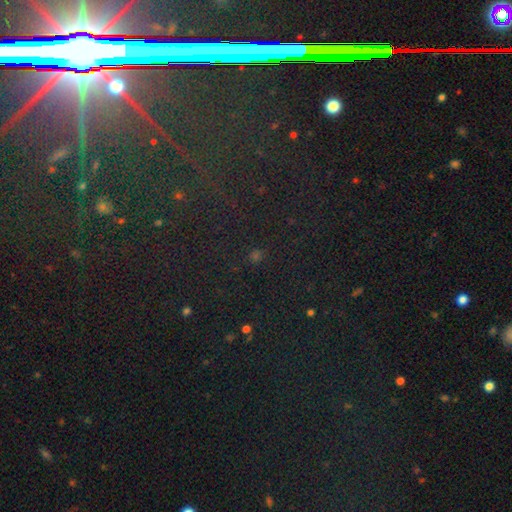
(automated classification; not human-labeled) smooth_or_featured: star or artifact (p=0.61) [alt: smooth p=0.32]